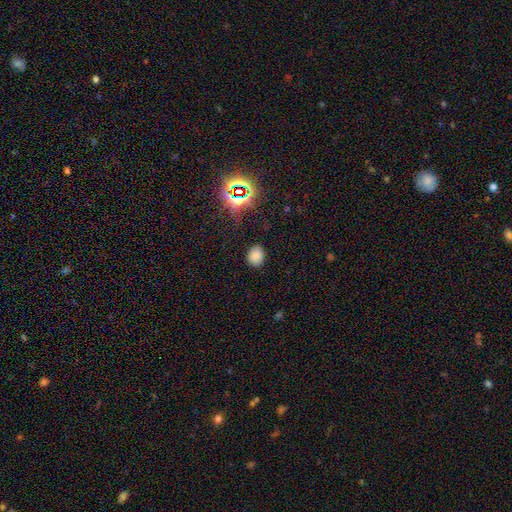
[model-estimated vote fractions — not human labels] The model was most divided on "how rounded": in between: 51%, round: 48%, cigar-shaped: 1%. More confident: merging — none (85%); smooth or featured — smooth (77%).